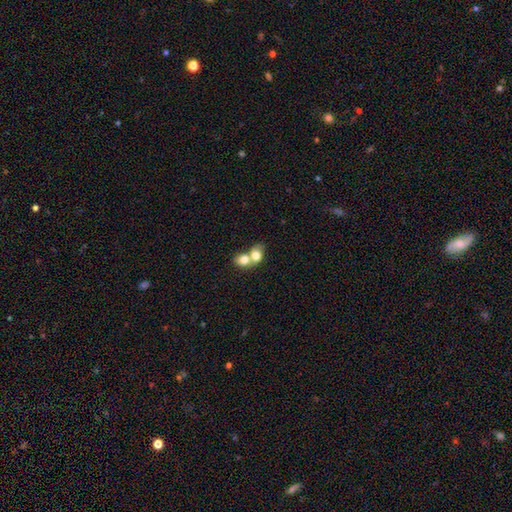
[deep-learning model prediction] Smooth or featured? Predicted: smooth (p=0.73). How rounded? Predicted: round (p=0.52). Merging? Predicted: merger (p=0.77).